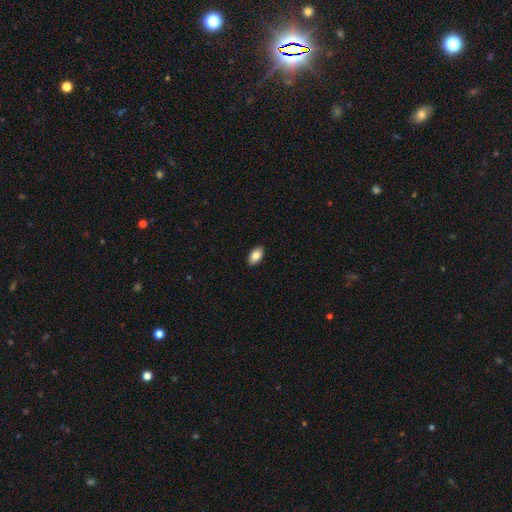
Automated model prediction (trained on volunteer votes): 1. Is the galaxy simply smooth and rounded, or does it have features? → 86% smooth, 7% featured or disk, 7% star or artifact.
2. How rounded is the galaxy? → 94% in between, 4% round, 2% cigar-shaped.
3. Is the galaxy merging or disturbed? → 90% none, 7% minor disturbance, 2% major disturbance, 1% merger.